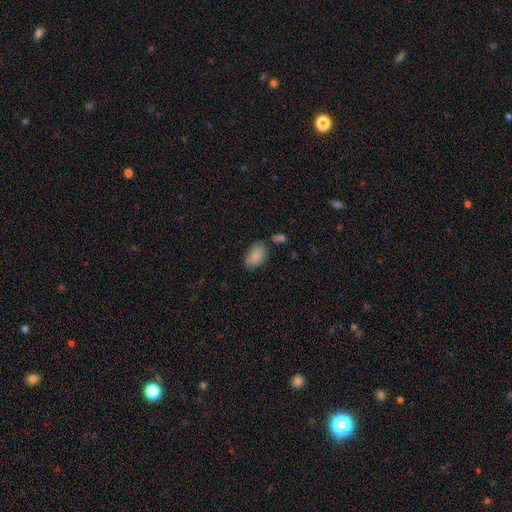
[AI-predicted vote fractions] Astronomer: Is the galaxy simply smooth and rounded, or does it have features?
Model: smooth — 87%.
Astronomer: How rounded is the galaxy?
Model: in between — 92%.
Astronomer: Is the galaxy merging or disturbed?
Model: none — 73%.